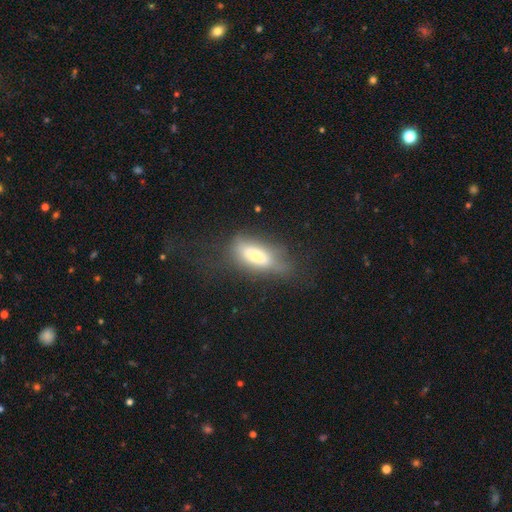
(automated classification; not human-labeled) A smooth galaxy with no disk features (66%) that is in between round and cigar-shaped (74%). Merging: none (48%).